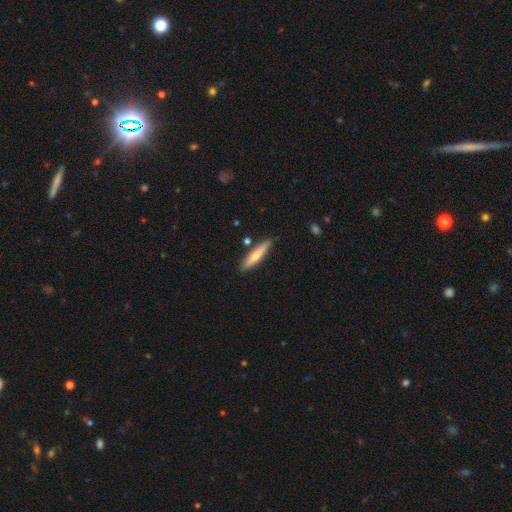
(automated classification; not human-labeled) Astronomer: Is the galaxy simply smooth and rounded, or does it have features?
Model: smooth — 59% (runner-up: featured or disk, 35%).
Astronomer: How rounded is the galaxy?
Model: cigar-shaped — 86%.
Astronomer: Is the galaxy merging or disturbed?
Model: none — 84%.